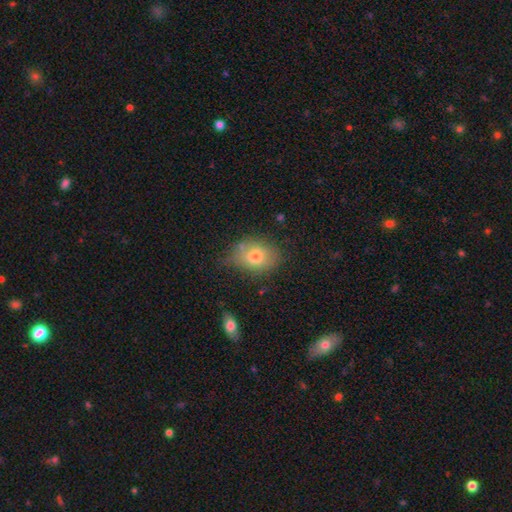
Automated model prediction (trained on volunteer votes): smooth_or_featured: smooth (p=0.71) [alt: featured or disk p=0.18]
how_rounded: in between (p=0.68) [alt: round p=0.31]
merging: none (p=0.61) [alt: minor disturbance p=0.27]